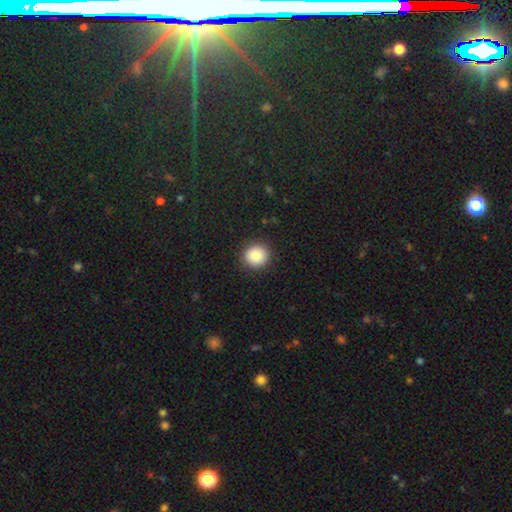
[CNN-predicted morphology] Smooth or featured?
  - smooth: 87% *
  - star or artifact: 9%
  - featured or disk: 4%
How rounded?
  - round: 91% *
  - in between: 8%
  - cigar-shaped: 1%
Merging?
  - none: 91% *
  - minor disturbance: 6%
  - major disturbance: 2%
  - merger: 1%